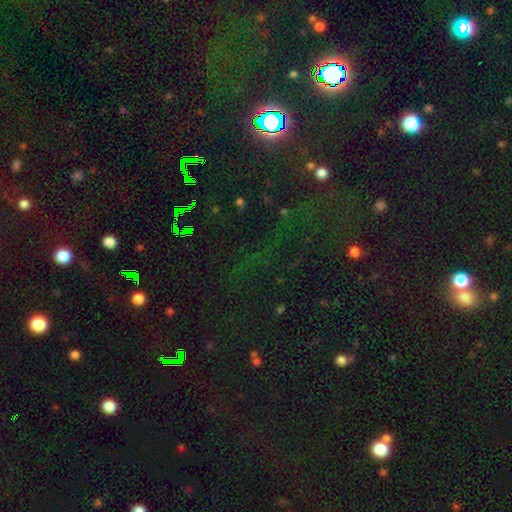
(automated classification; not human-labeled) Morphology: type=star or artifact (78%).